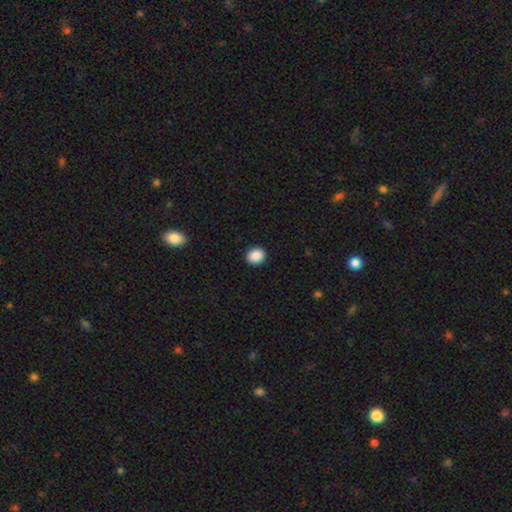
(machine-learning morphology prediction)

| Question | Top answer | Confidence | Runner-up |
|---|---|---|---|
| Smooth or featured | smooth | 89% | star or artifact (8%) |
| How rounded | round | 64% | in between (35%) |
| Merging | none | 92% | minor disturbance (5%) |